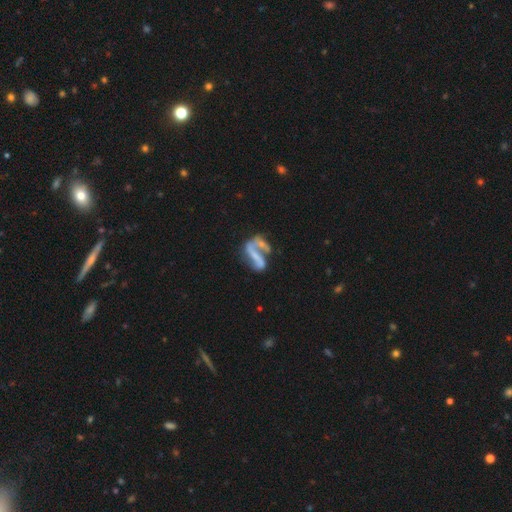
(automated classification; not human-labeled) This is likely a featured or disk galaxy (68%). It is clearly not viewed edge-on (95%). Bar: marginally no (39%). Spiral arm pattern: likely yes (60%). Central bulge: possibly none (59%). Merging: marginally major disturbance (30%).